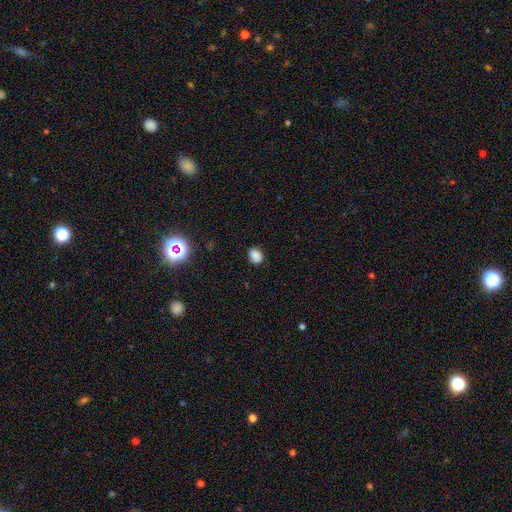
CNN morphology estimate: Overall: smooth (83%). How rounded: in between (59%; round 40%). Merging: none (83%).